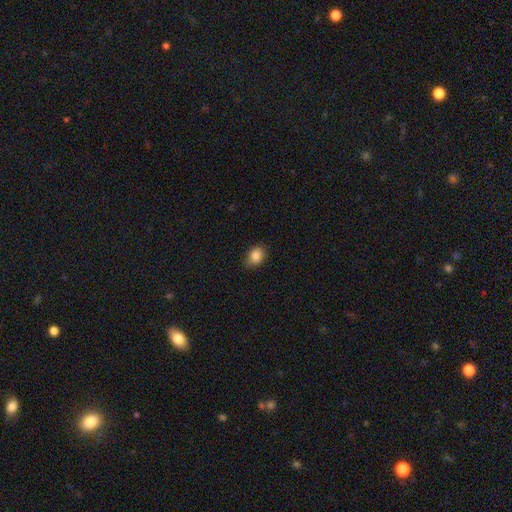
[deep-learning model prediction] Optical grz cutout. It shows a smooth galaxy with no disk features (85%) that is in between round and cigar-shaped (65%). Merging: none (80%).